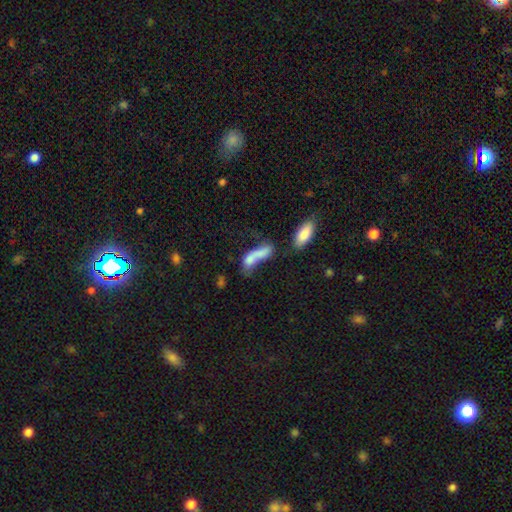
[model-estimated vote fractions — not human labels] smooth-or-featured: smooth: 65% | featured or disk: 25% | star or artifact: 11%
  how-rounded: in between: 60% | cigar-shaped: 34% | round: 5%
  merging: merger: 48% | none: 20% | major disturbance: 20% | minor disturbance: 13%